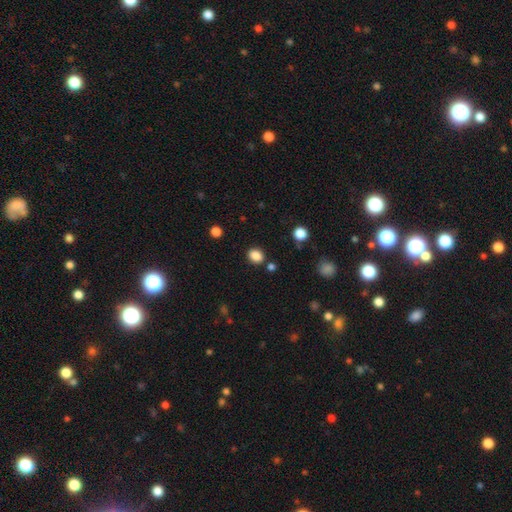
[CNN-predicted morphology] This is clearly a smooth galaxy (86%). How rounded: possibly in between (50%). Merging: clearly none (82%).